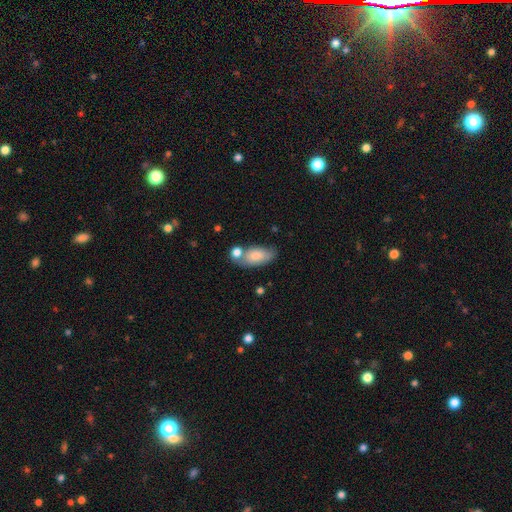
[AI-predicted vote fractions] This is clearly a smooth galaxy (81%). How rounded: clearly in between (91%). Merging: possibly none (49%).